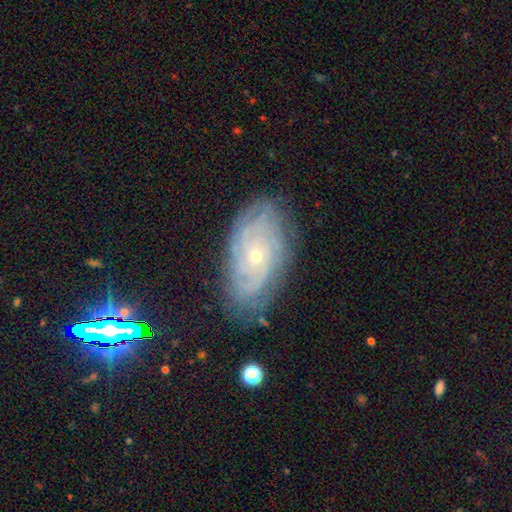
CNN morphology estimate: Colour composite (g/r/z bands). It shows a featured or disk galaxy (82%) with no bar (82%), tight (74%) spiral arms (94%) and a small central bulge (73%). Merging: none (78%).